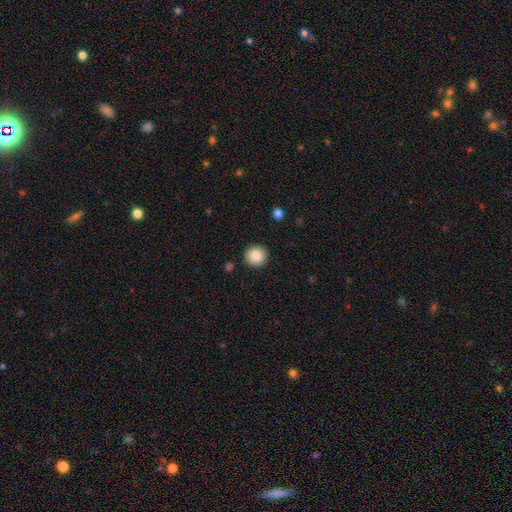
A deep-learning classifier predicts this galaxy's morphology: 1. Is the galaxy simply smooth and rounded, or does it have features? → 87% smooth, 9% star or artifact, 4% featured or disk.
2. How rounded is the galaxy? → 94% round, 5% in between, 1% cigar-shaped.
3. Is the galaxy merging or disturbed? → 91% none, 6% minor disturbance, 2% major disturbance, 1% merger.